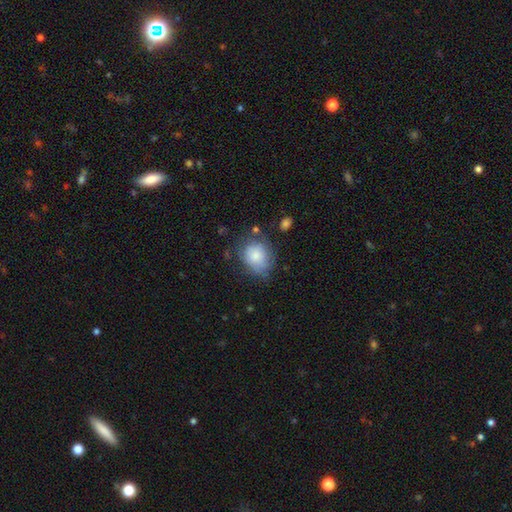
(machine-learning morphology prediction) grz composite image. It shows a smooth galaxy with no disk features (77%) that is round (53%). Merging: none (57%).